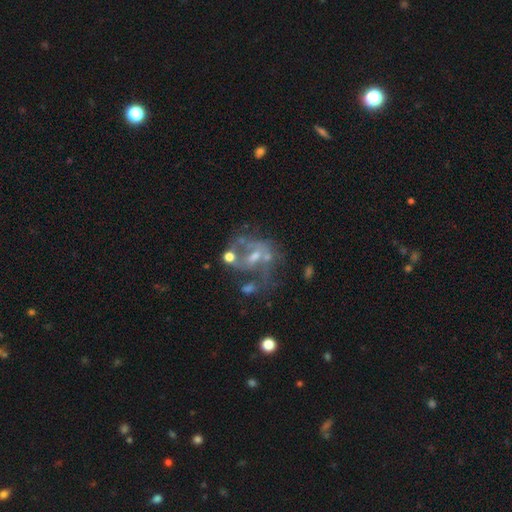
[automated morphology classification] smooth_or_featured: featured or disk (p=0.68) [alt: smooth p=0.18]
disk_edge_on: no (p=0.97) [alt: yes p=0.03]
bar: no (p=0.57) [alt: weak p=0.32]
has_spiral_arms: no (p=0.59) [alt: yes p=0.41]
bulge_size: small (p=0.40) [alt: moderate p=0.35]
merging: none (p=0.34) [alt: major disturbance p=0.31]